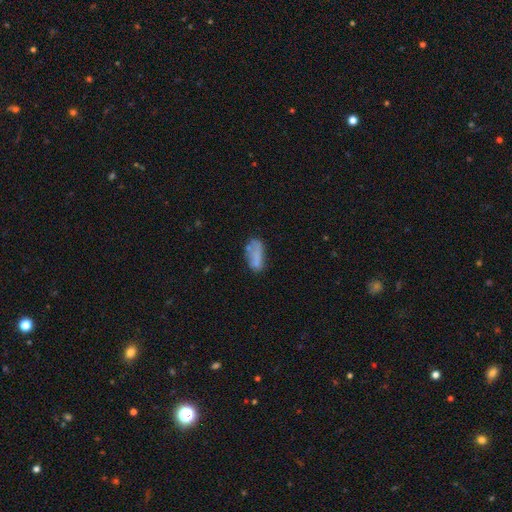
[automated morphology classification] Smooth or featured: smooth — 63% (featured or disk — 27%)
How rounded: in between — 87% (cigar-shaped — 10%)
Merging: none — 44% (minor disturbance — 27%)